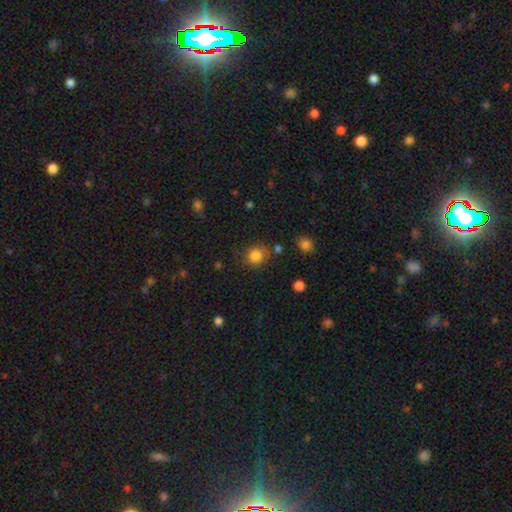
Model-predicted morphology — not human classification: Smooth or featured: smooth — 83% (star or artifact — 11%)
How rounded: round — 83% (in between — 17%)
Merging: none — 78% (minor disturbance — 14%)